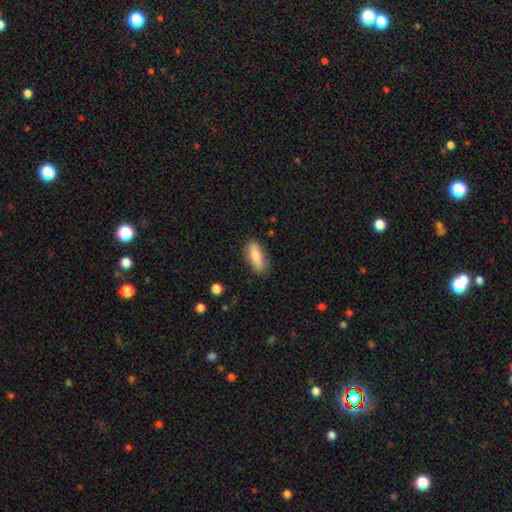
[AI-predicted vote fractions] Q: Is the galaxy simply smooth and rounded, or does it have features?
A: smooth — 78%.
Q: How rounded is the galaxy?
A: in between — 67%.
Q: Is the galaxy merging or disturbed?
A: none — 83%.